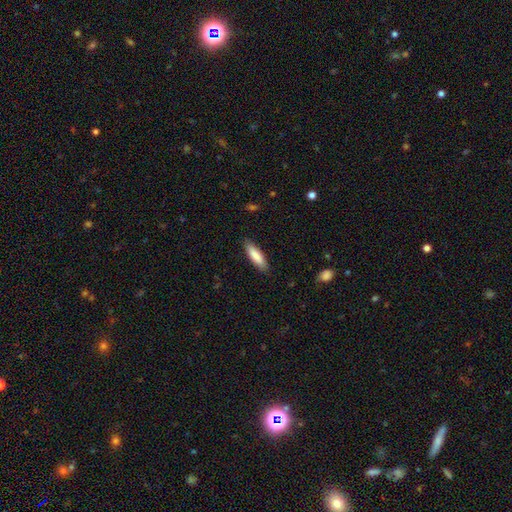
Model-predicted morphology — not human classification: Smooth or featured: smooth — 86% (featured or disk — 9%)
How rounded: cigar-shaped — 56% (in between — 43%)
Merging: none — 87% (minor disturbance — 10%)